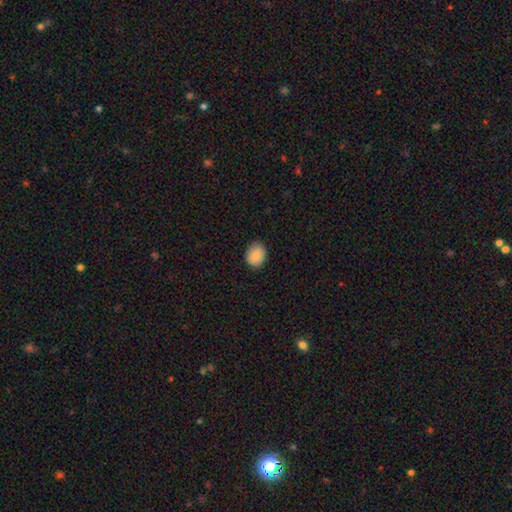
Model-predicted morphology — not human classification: smooth-or-featured: smooth: 88% | star or artifact: 8% | featured or disk: 4%
  how-rounded: in between: 54% | round: 45% | cigar-shaped: 1%
  merging: none: 85% | minor disturbance: 12% | major disturbance: 2% | merger: 1%